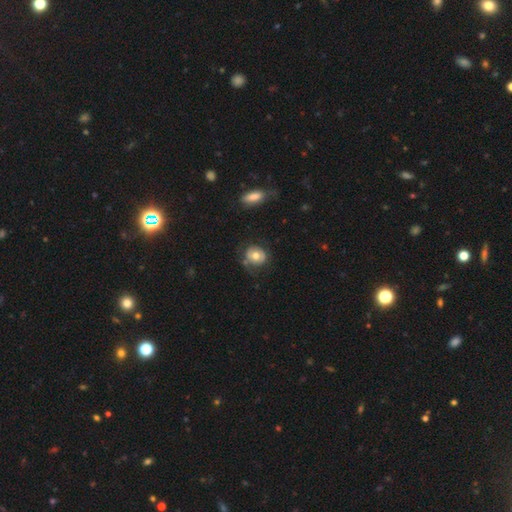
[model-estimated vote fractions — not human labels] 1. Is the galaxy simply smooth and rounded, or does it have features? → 64% smooth, 28% featured or disk, 7% star or artifact.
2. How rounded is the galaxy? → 74% round, 25% in between, 1% cigar-shaped.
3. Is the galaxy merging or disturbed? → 65% none, 22% minor disturbance, 9% major disturbance, 4% merger.